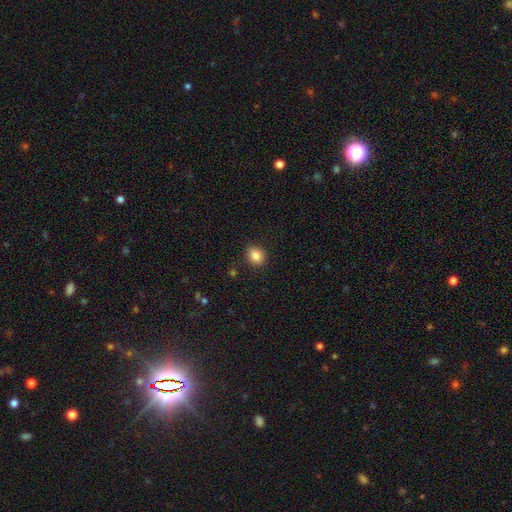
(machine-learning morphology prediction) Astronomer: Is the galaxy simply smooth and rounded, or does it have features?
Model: smooth — 85%.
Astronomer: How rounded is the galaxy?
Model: in between — 50% (runner-up: round, 49%).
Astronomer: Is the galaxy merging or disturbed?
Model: none — 87%.